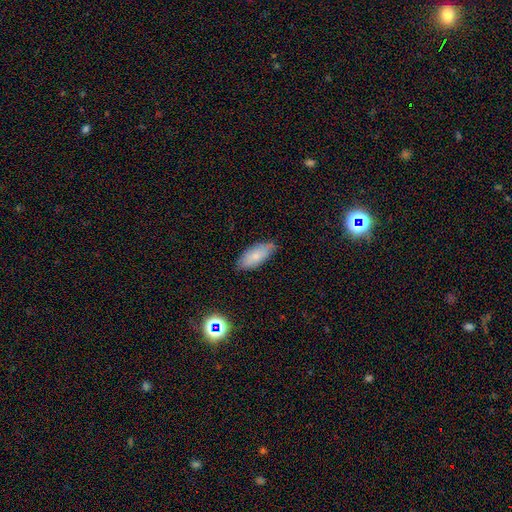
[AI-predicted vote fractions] This appears to be a smooth galaxy with no disk features (77%) that is in between round and cigar-shaped (85%). Merging: none (75%).